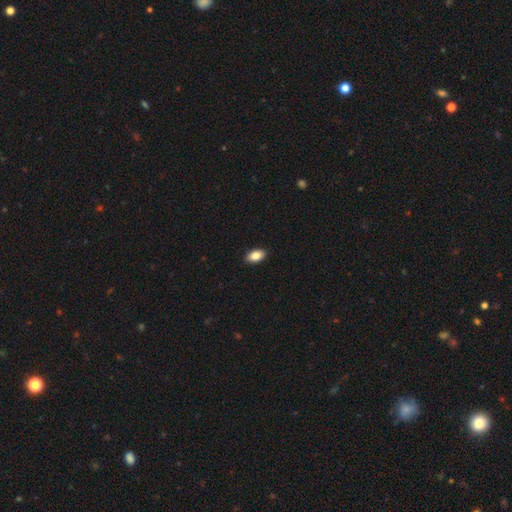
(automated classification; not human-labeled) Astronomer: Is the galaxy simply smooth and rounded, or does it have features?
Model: smooth — 86%.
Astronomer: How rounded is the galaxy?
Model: in between — 92%.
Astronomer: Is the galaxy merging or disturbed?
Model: none — 90%.